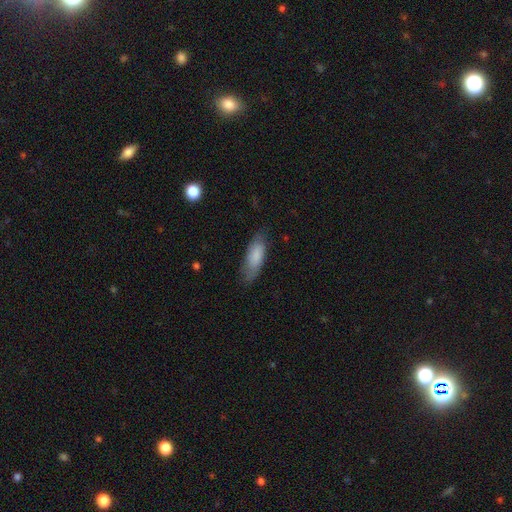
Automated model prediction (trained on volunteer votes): smooth-or-featured: smooth: 79% | featured or disk: 15% | star or artifact: 6%
  how-rounded: in between: 69% | cigar-shaped: 29% | round: 2%
  merging: none: 72% | minor disturbance: 21% | major disturbance: 5% | merger: 1%